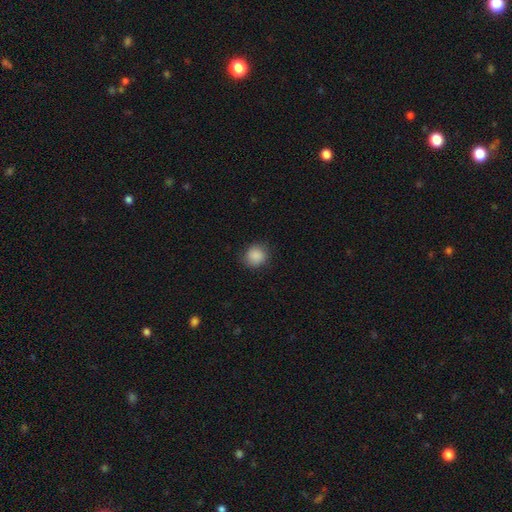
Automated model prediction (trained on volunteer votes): Smooth or featured? smooth (88%)
How rounded? round (86%)
Merging? none (86%)